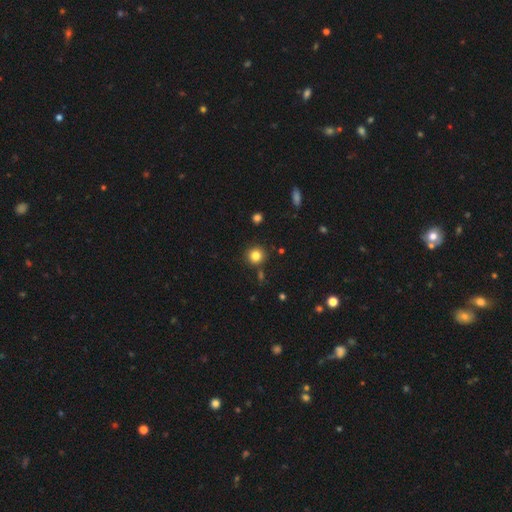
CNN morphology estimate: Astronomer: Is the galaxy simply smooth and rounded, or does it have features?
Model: smooth — 82%.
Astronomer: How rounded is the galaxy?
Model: round — 92%.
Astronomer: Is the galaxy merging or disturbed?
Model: none — 86%.